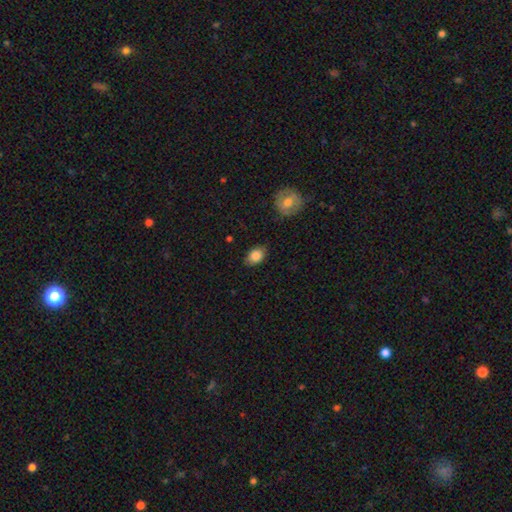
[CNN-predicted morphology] The model was most divided on "how rounded": in between: 81%, round: 18%, cigar-shaped: 2%. More confident: smooth or featured — smooth (83%); merging — none (81%).